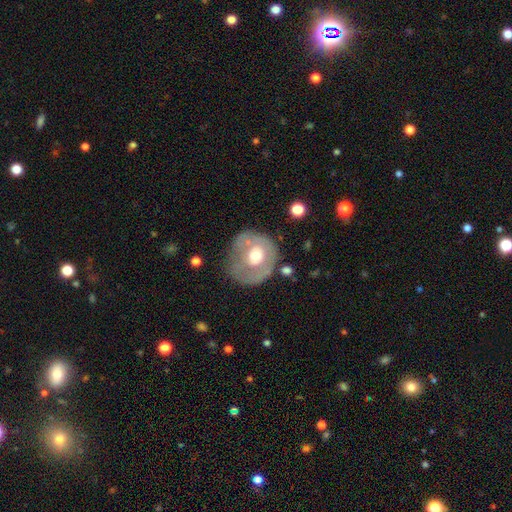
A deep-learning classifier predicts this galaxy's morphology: smooth_or_featured: featured or disk (p=0.48) [alt: smooth p=0.45]
merging: none (p=0.51) [alt: minor disturbance p=0.25]